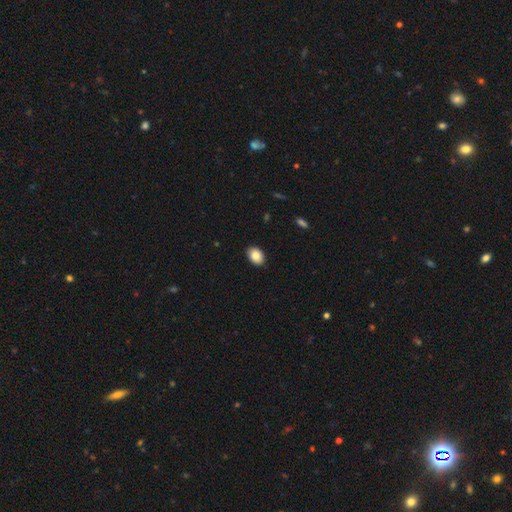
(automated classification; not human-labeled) The model was most divided on "how rounded": in between: 75%, round: 24%, cigar-shaped: 1%. More confident: merging — none (89%); smooth or featured — smooth (87%).